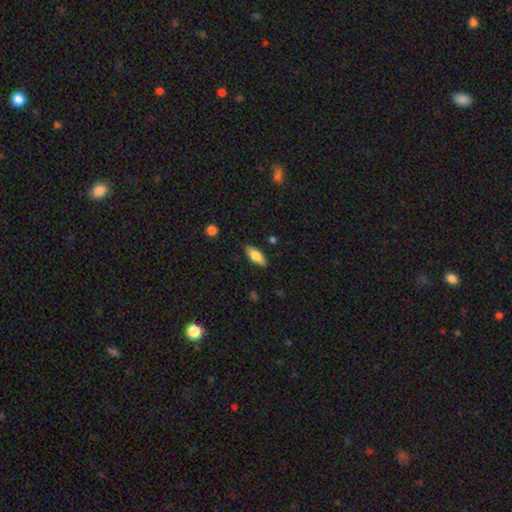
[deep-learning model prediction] A smooth galaxy with no disk features (79%) that is in between round and cigar-shaped (77%). Merging: none (86%).